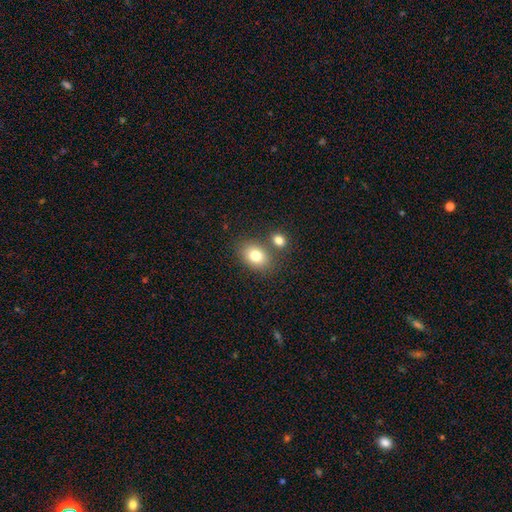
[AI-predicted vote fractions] The model was most divided on "how rounded": in between: 70%, round: 29%, cigar-shaped: 1%. More confident: smooth or featured — smooth (80%); merging — none (67%).